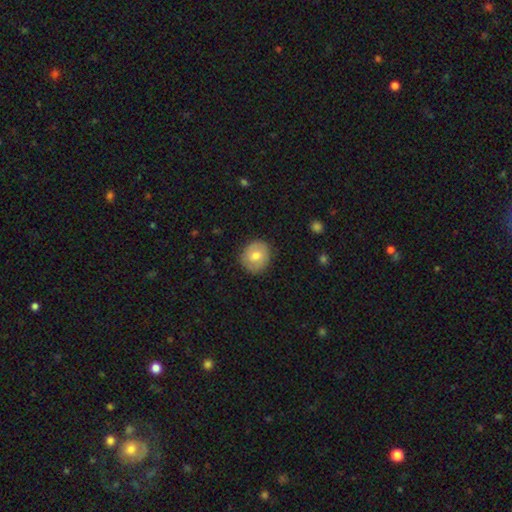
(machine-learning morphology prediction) A smooth galaxy with no disk features (70%) that is round (78%). Merging: none (87%).